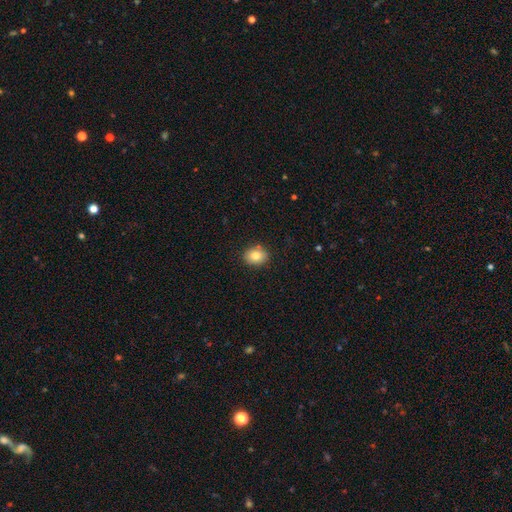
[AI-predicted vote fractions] Morphology: type=smooth (81%); roundness=in between (51%); merging=none (86%).